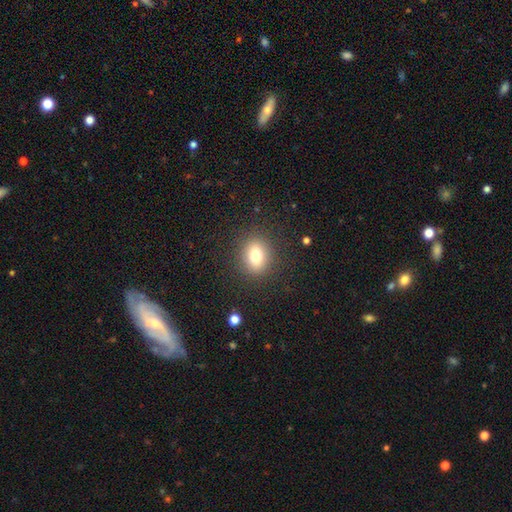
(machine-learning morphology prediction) smooth 78%, star or artifact 12%, featured or disk 11%. Down the decision tree: how rounded — round (55%); merging — none (87%).